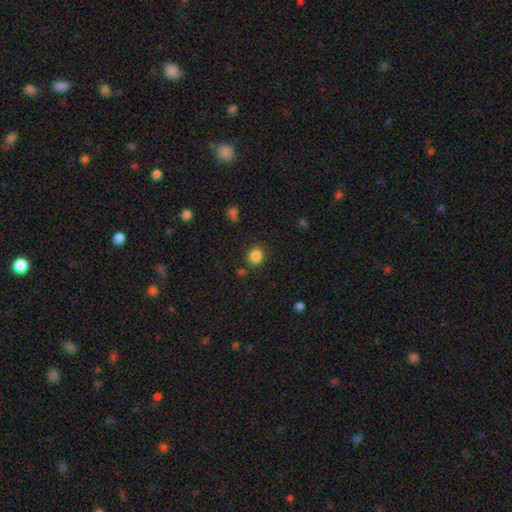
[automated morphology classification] Smooth or featured?
  - smooth: 85% *
  - star or artifact: 11%
  - featured or disk: 4%
How rounded?
  - round: 77% *
  - in between: 22%
  - cigar-shaped: 1%
Merging?
  - none: 83% *
  - minor disturbance: 10%
  - merger: 4%
  - major disturbance: 3%